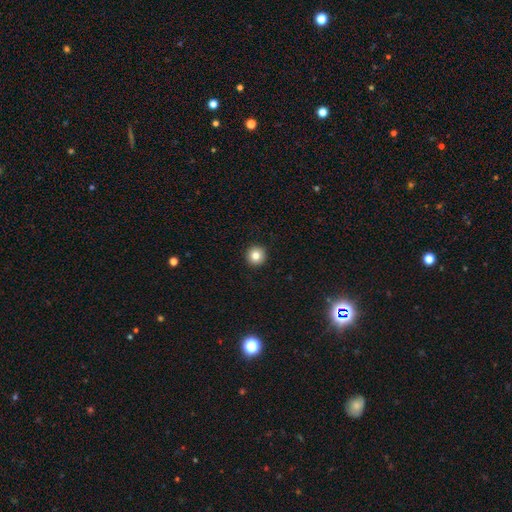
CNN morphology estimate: The model was most divided on "smooth or featured": smooth: 83%, star or artifact: 10%, featured or disk: 7%. More confident: how rounded — round (96%); merging — none (94%).